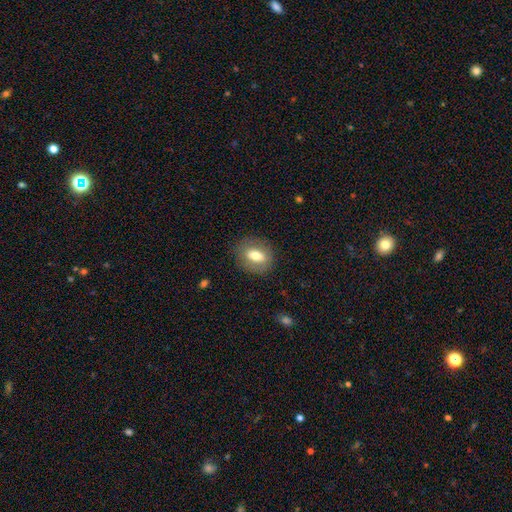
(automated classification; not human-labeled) Q: Smooth or featured?
A: smooth (68%); runner-up: featured or disk (24%)
Q: How rounded?
A: in between (63%); runner-up: round (35%)
Q: Merging?
A: none (83%); runner-up: minor disturbance (11%)